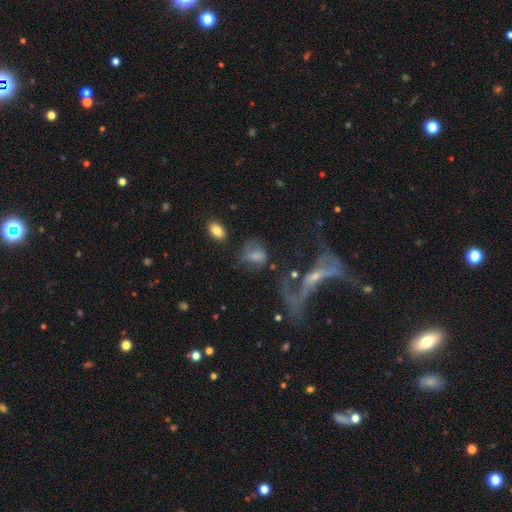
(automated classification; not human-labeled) A smooth galaxy with no disk features (55%) that is in between round and cigar-shaped (65%). Merging: none (36%).